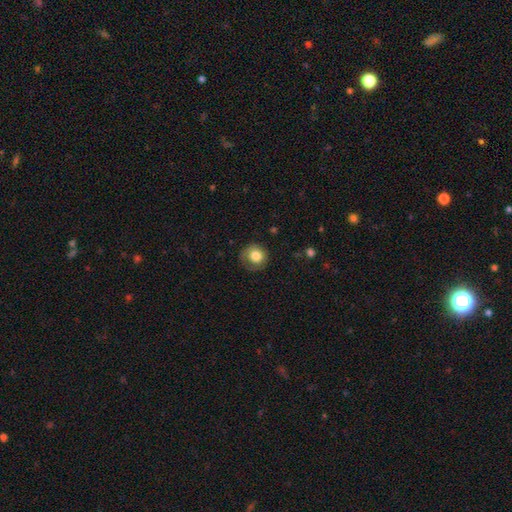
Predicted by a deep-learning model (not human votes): This is likely a smooth galaxy (77%). How rounded: clearly round (88%). Merging: likely none (67%).